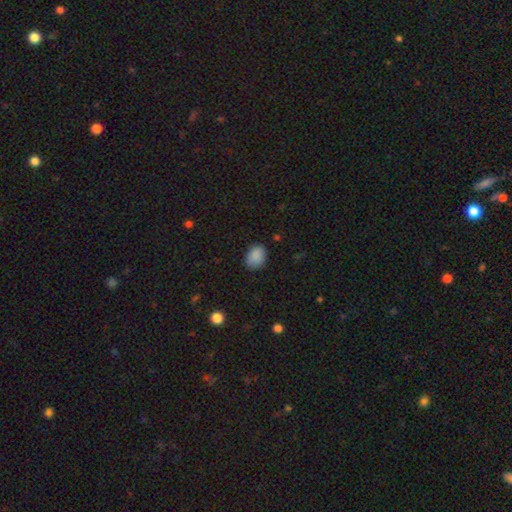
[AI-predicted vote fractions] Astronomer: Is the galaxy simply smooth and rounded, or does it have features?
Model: smooth — 87%.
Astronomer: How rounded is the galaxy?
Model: in between — 70%.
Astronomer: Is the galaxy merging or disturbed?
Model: none — 79%.